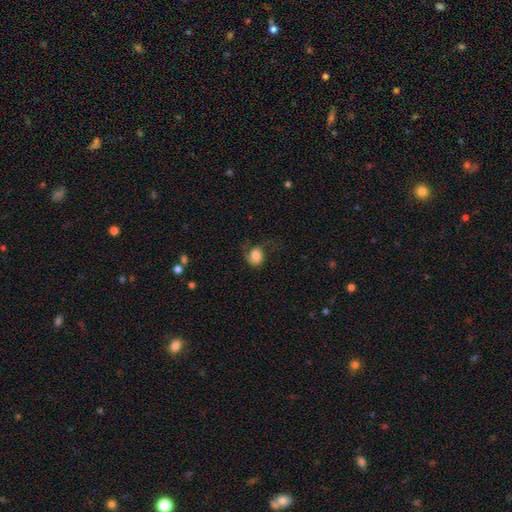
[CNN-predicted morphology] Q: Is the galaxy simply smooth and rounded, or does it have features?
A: smooth — 73%.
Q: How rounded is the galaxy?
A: round — 55%.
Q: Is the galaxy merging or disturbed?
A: none — 44%.